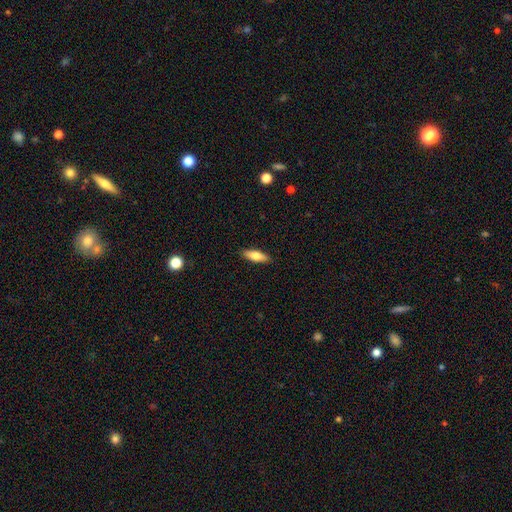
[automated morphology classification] Smooth or featured? Predicted: smooth (p=0.68). How rounded? Predicted: in between (p=0.53). Merging? Predicted: none (p=0.89).